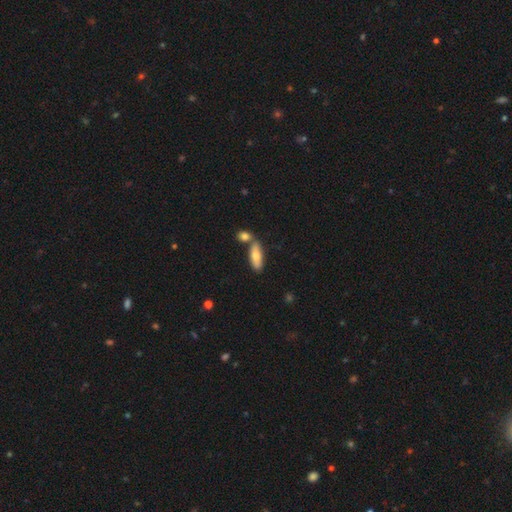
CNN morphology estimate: Q: Smooth or featured?
A: smooth (72%); runner-up: featured or disk (21%)
Q: How rounded?
A: in between (64%); runner-up: cigar-shaped (34%)
Q: Merging?
A: none (60%); runner-up: merger (26%)